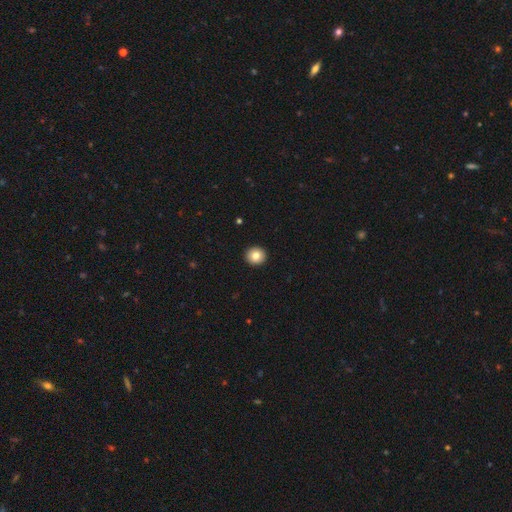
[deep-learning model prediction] smooth_or_featured: smooth (p=0.83) [alt: star or artifact p=0.09]
how_rounded: round (p=0.91) [alt: in between p=0.08]
merging: none (p=0.94) [alt: minor disturbance p=0.04]